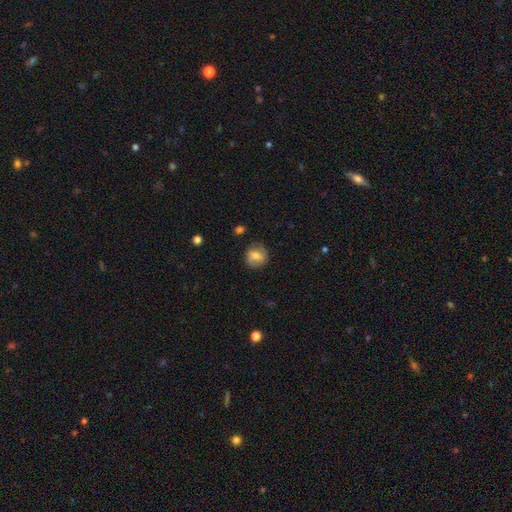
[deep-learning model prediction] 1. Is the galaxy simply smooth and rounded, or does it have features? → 66% smooth, 26% featured or disk, 9% star or artifact.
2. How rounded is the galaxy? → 81% round, 18% in between, 1% cigar-shaped.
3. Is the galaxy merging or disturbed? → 80% none, 14% minor disturbance, 4% major disturbance, 2% merger.